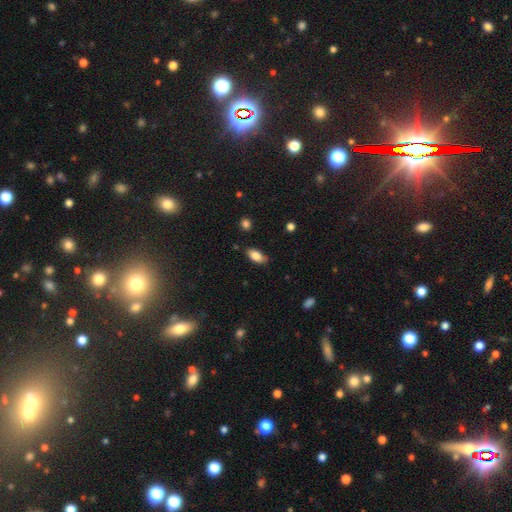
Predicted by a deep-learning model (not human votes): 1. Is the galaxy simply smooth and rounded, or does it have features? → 84% smooth, 9% featured or disk, 7% star or artifact.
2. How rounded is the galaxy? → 91% in between, 6% cigar-shaped, 3% round.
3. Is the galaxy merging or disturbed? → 78% none, 18% minor disturbance, 3% major disturbance, 2% merger.